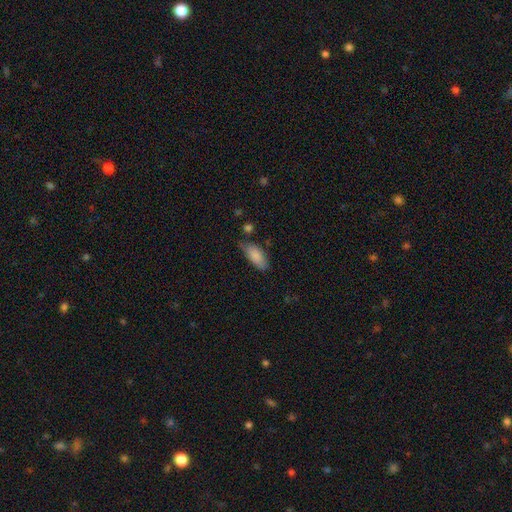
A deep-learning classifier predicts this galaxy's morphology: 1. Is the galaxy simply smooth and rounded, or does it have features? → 84% smooth, 9% featured or disk, 6% star or artifact.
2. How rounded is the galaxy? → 85% in between, 13% cigar-shaped, 2% round.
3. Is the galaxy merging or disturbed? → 59% none, 31% minor disturbance, 6% major disturbance, 4% merger.